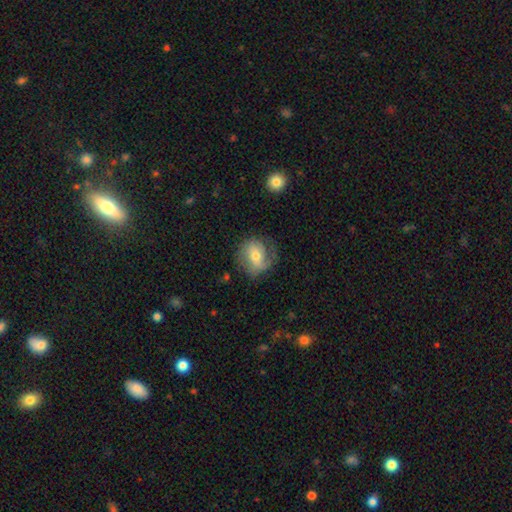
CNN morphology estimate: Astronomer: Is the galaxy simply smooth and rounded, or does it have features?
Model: featured or disk — 56% (runner-up: smooth, 37%).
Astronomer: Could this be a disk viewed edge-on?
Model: no — 96%.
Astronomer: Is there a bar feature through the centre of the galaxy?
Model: no — 42%, tied with weak at 42%.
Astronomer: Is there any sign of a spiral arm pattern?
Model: yes — 81%.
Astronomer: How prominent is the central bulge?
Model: moderate — 66%.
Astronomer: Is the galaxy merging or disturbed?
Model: none — 62%.